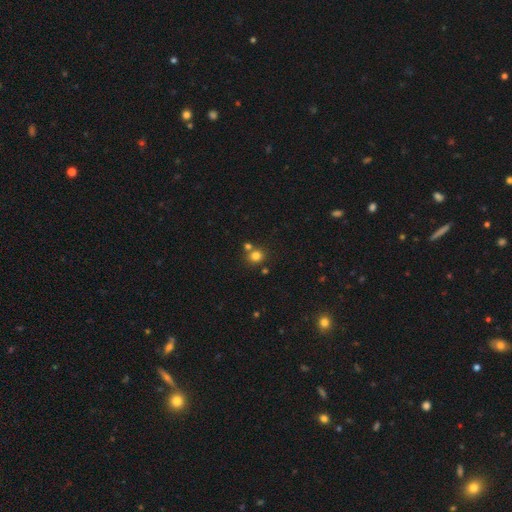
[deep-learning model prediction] smooth_or_featured: smooth (p=0.80) [alt: star or artifact p=0.14]
how_rounded: round (p=0.86) [alt: in between p=0.13]
merging: none (p=0.69) [alt: merger p=0.20]